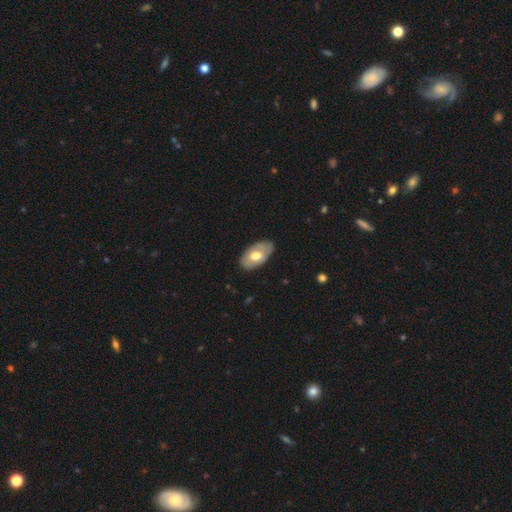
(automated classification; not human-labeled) Smooth or featured: smooth — 51% (featured or disk — 44%)
How rounded: in between — 93% (round — 5%)
Merging: none — 78% (minor disturbance — 18%)